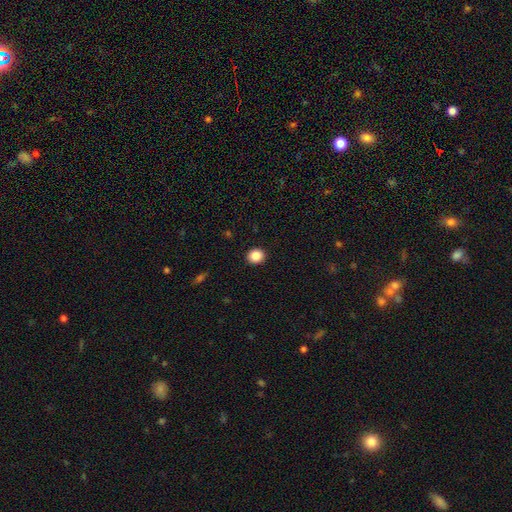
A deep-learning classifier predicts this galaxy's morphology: Smooth or featured: smooth — 87% (star or artifact — 9%)
How rounded: round — 80% (in between — 19%)
Merging: none — 92% (minor disturbance — 5%)